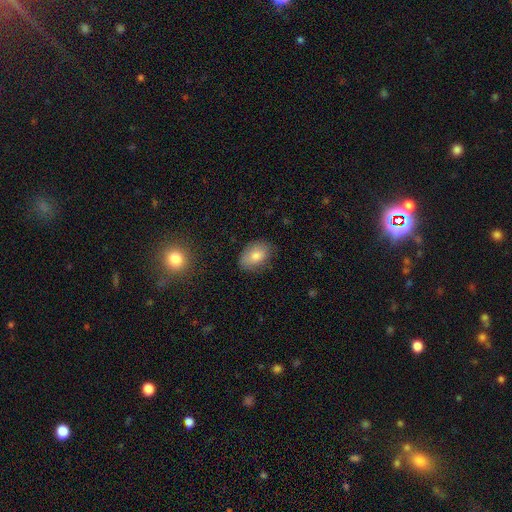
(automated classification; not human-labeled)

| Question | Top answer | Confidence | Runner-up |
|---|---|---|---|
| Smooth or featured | smooth | 79% | featured or disk (13%) |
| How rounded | in between | 86% | round (13%) |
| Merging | none | 79% | minor disturbance (16%) |